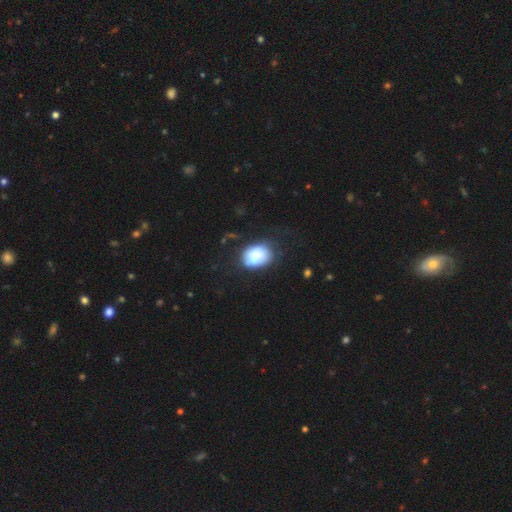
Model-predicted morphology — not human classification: smooth_or_featured: smooth (p=0.80) [alt: featured or disk p=0.12]
how_rounded: in between (p=0.64) [alt: round p=0.35]
merging: none (p=0.56) [alt: minor disturbance p=0.26]